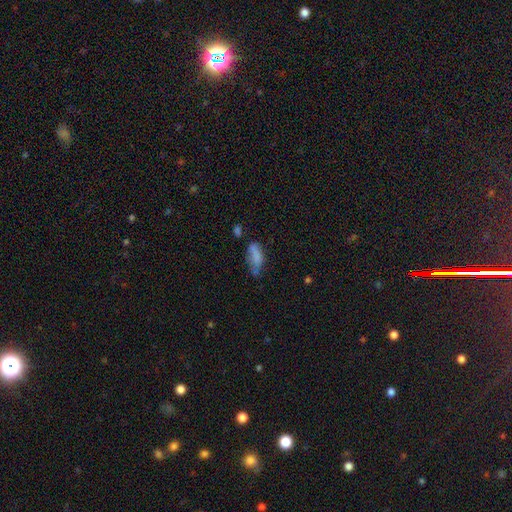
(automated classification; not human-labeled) Smooth or featured? smooth (72%)
How rounded? in between (81%)
Merging? none (35%)